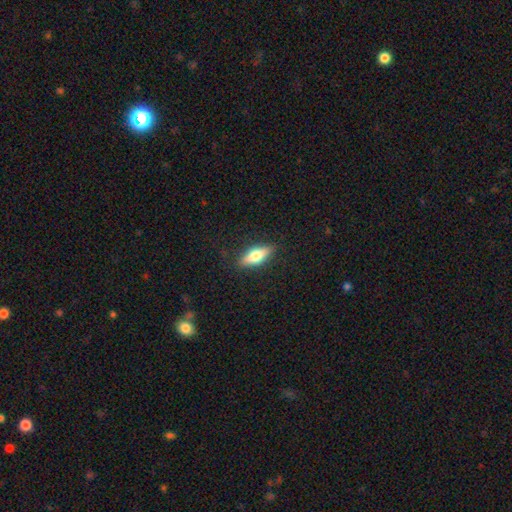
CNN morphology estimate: Q: Smooth or featured?
A: smooth (59%); runner-up: featured or disk (34%)
Q: How rounded?
A: in between (62%); runner-up: cigar-shaped (35%)
Q: Merging?
A: none (87%); runner-up: minor disturbance (10%)